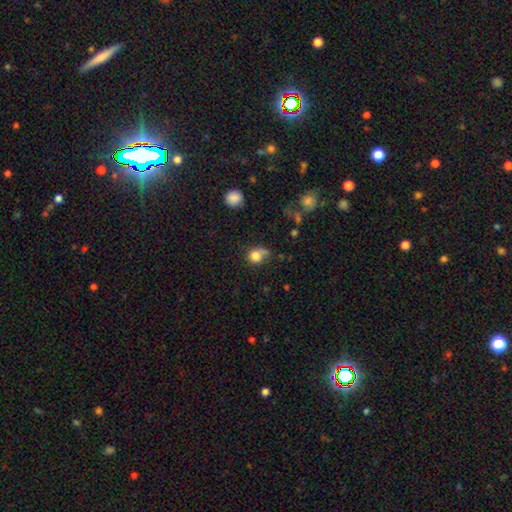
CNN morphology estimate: A smooth galaxy with no disk features (80%) that is round (80%).

Vote fractions:
- Smooth or featured? smooth: 80% / star or artifact: 12% / featured or disk: 9%
- How rounded? round: 80% / in between: 19% / cigar-shaped: 1%
- Merging? none: 47% / minor disturbance: 24% / merger: 15% / major disturbance: 14%